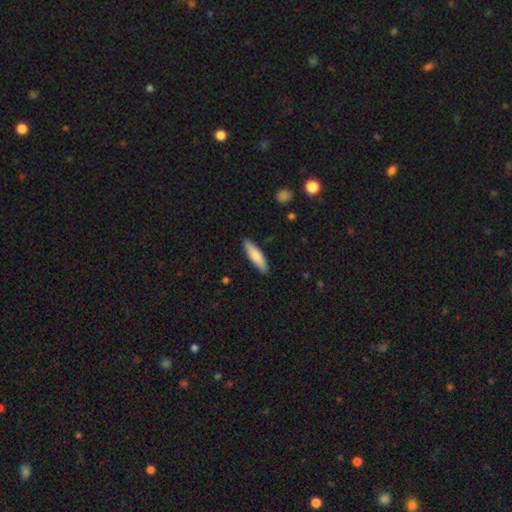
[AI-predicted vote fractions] This is clearly a smooth galaxy (82%). How rounded: likely cigar-shaped (69%). Merging: clearly none (89%).